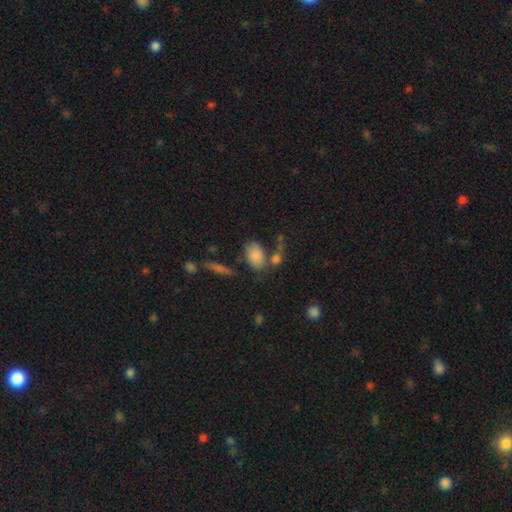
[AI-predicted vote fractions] Smooth or featured: smooth — 83% (featured or disk — 9%)
How rounded: in between — 89% (round — 9%)
Merging: none — 56% (merger — 20%)